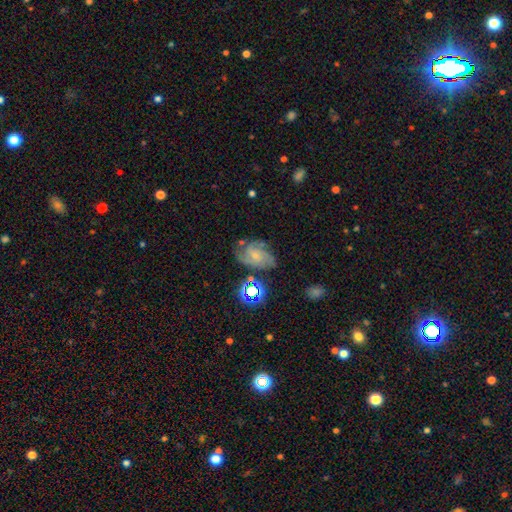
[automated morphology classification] smooth_or_featured: featured or disk (p=0.70) [alt: smooth p=0.17]
disk_edge_on: no (p=0.97) [alt: yes p=0.03]
bar: no (p=0.63) [alt: weak p=0.31]
has_spiral_arms: yes (p=0.93) [alt: no p=0.07]
spiral_winding: medium (p=0.46) [alt: tight p=0.39]
spiral_arm_count: 3 (p=0.34) [alt: can't tell p=0.23]
bulge_size: small (p=0.73) [alt: moderate p=0.19]
merging: none (p=0.61) [alt: minor disturbance p=0.23]